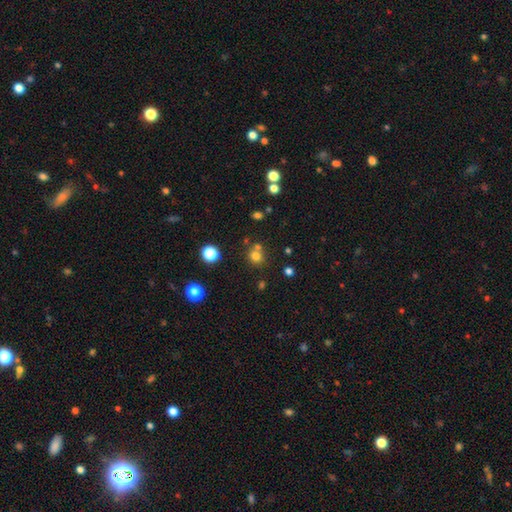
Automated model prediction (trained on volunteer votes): Morphology: type=smooth (74%); roundness=round (86%); merging=none (64%).